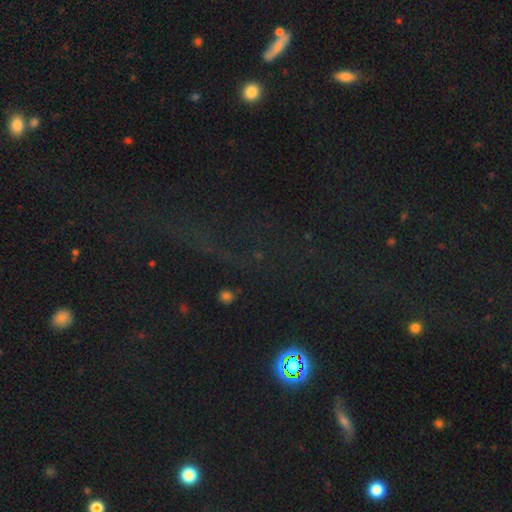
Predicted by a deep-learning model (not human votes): smooth_or_featured: star or artifact (p=0.67) [alt: smooth p=0.21]